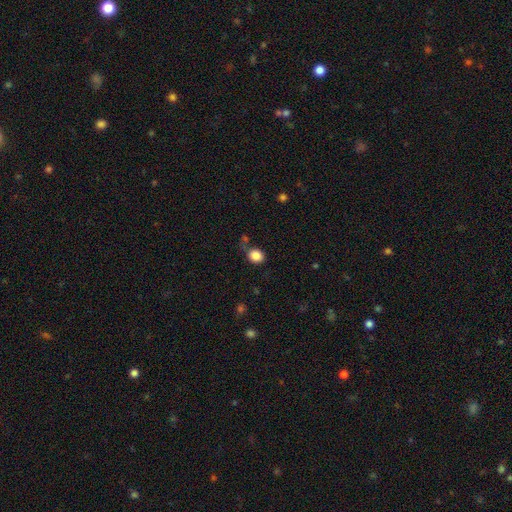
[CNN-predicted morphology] Smooth or featured? Predicted: smooth (p=0.86). How rounded? Predicted: round (p=0.64). Merging? Predicted: none (p=0.67).